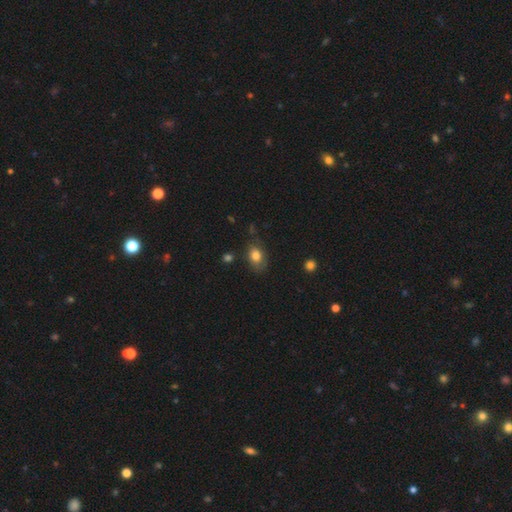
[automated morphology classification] Smooth or featured? smooth (79%)
How rounded? in between (74%)
Merging? none (69%)